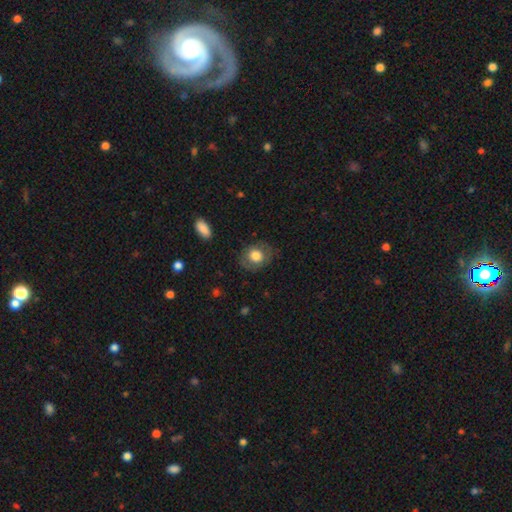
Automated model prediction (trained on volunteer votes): Overall: smooth (74%). How rounded: round (68%; in between 31%). Merging: none (78%).